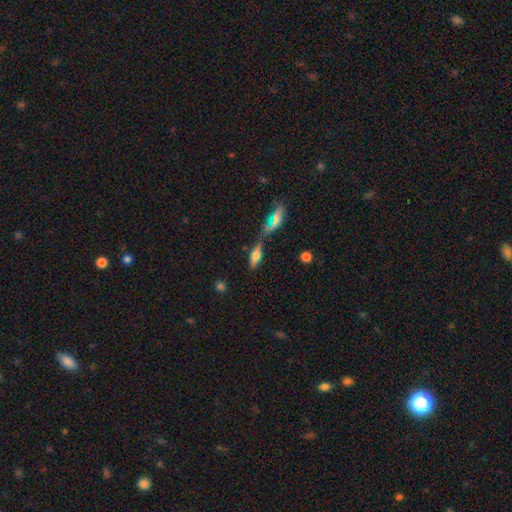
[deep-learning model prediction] Smooth or featured? Predicted: smooth (p=0.59). How rounded? Predicted: in between (p=0.64). Merging? Predicted: none (p=0.52).